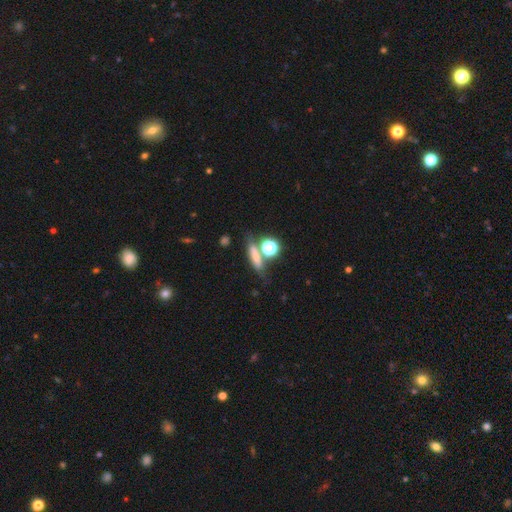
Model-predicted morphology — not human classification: Smooth or featured? Predicted: smooth (p=0.65). How rounded? Predicted: cigar-shaped (p=0.51). Merging? Predicted: none (p=0.59).